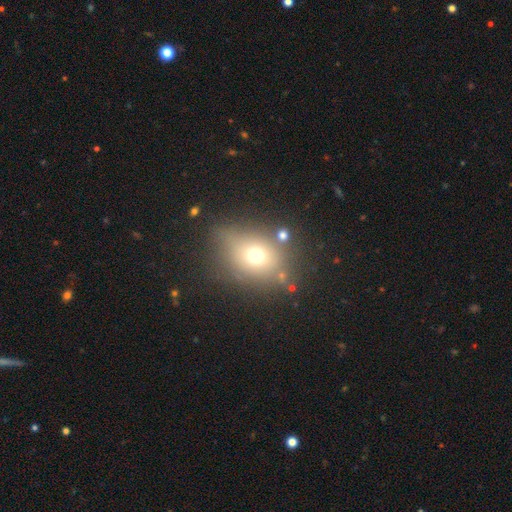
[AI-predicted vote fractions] Smooth or featured? Predicted: smooth (p=0.65). How rounded? Predicted: round (p=0.49, tied with in between). Merging? Predicted: none (p=0.69).